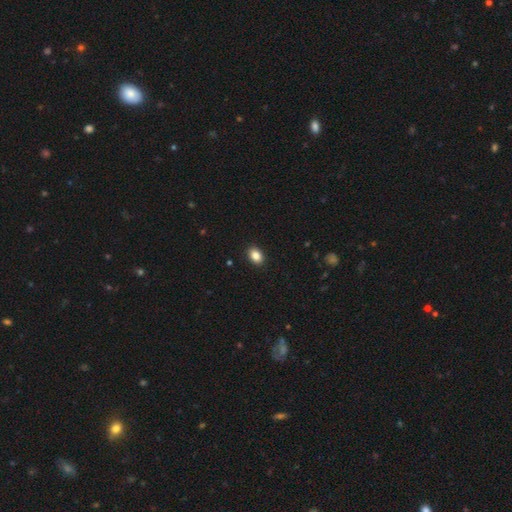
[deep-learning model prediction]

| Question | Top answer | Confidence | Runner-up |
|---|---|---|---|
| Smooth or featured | smooth | 86% | star or artifact (9%) |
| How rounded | in between | 79% | round (20%) |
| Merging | none | 91% | minor disturbance (6%) |